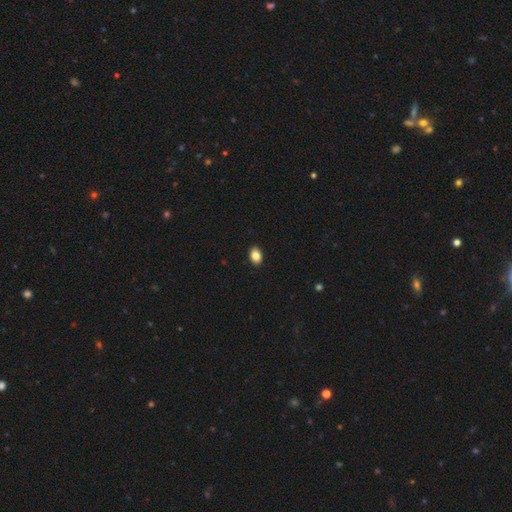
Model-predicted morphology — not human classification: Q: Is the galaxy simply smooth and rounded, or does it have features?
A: smooth — 86%.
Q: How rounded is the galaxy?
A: in between — 79%.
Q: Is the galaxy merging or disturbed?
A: none — 91%.